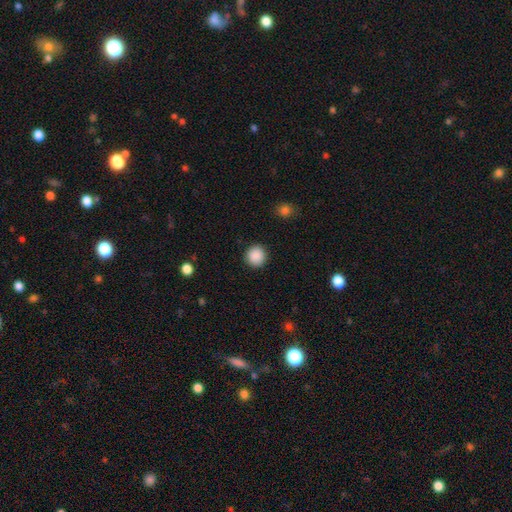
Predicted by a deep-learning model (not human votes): Overall: smooth (89%). How rounded: round (93%). Merging: none (92%).